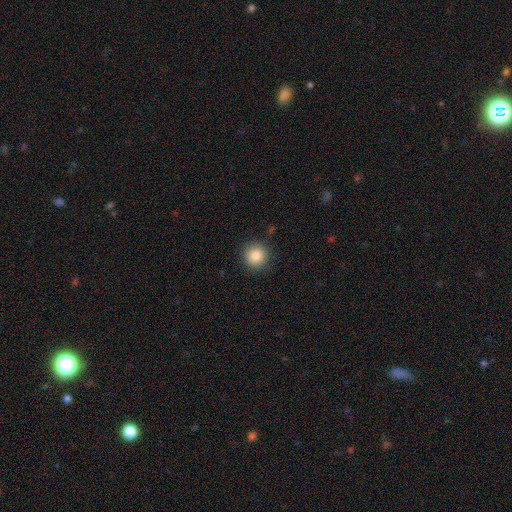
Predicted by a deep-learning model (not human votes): Morphology: type=smooth (85%); roundness=round (93%); merging=none (90%).